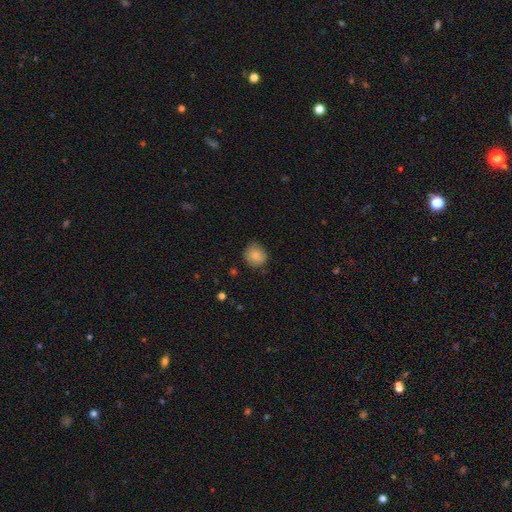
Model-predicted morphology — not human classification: Smooth or featured: smooth — 84% (star or artifact — 9%)
How rounded: round — 86% (in between — 13%)
Merging: none — 77% (minor disturbance — 18%)